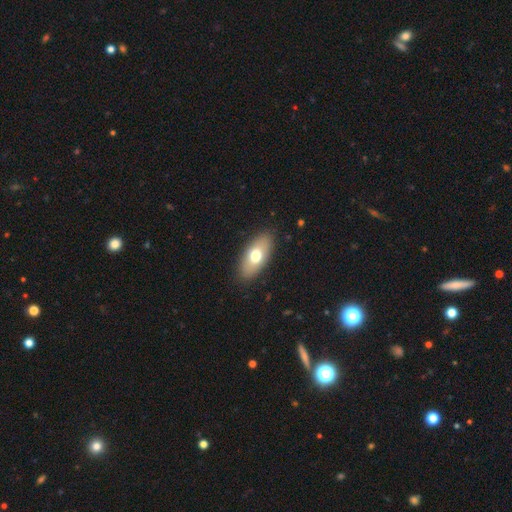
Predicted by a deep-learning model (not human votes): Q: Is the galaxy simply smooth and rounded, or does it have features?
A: smooth — 70%.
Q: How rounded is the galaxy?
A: in between — 88%.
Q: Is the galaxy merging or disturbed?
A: none — 87%.